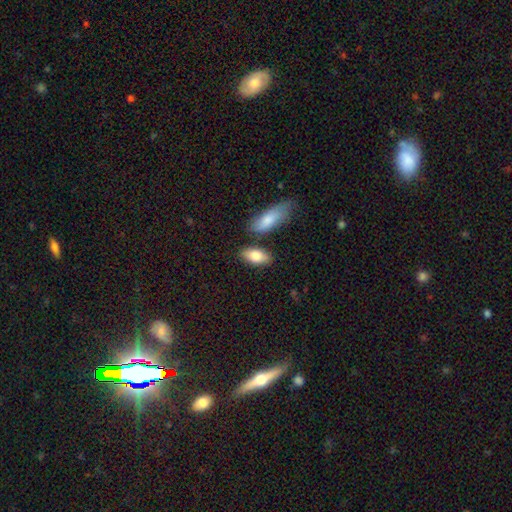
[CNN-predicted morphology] Overall: smooth (83%). How rounded: in between (88%). Merging: none (75%).